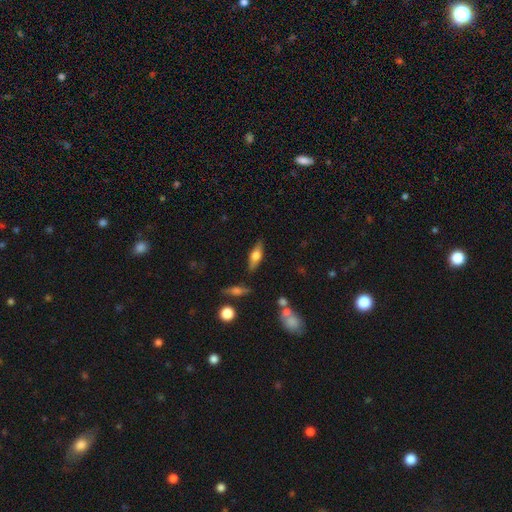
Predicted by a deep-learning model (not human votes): The model was most divided on "smooth or featured": smooth: 50%, featured or disk: 43%, star or artifact: 7%. More confident: merging — none (82%); how rounded — in between (59%).